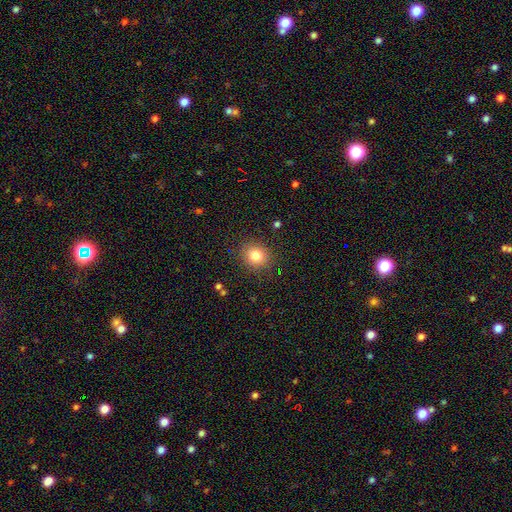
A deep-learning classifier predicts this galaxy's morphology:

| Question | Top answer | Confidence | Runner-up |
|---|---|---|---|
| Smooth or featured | smooth | 81% | star or artifact (12%) |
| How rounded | round | 77% | in between (22%) |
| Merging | none | 88% | minor disturbance (8%) |